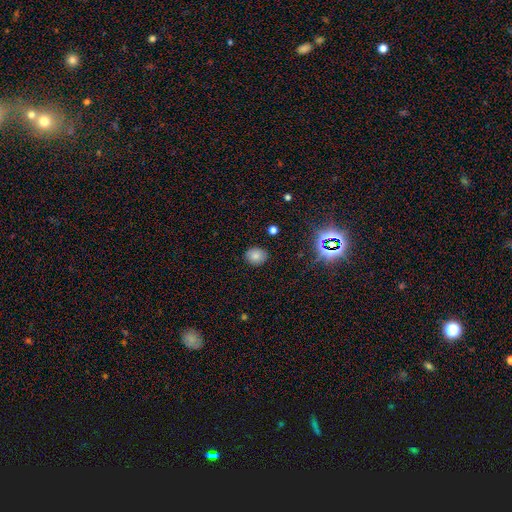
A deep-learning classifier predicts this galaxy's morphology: This appears to be a smooth galaxy with no disk features (77%) that is round (64%). Merging: none (86%).